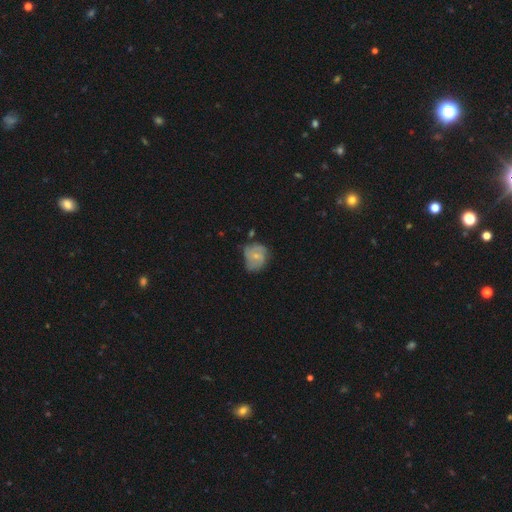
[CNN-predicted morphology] Smooth or featured?
  - featured or disk: 52% *
  - smooth: 41%
  - star or artifact: 7%
Edge-on disk?
  - no: 98% *
  - yes: 2%
Bar?
  - no: 63% *
  - weak: 32%
  - strong: 5%
Spiral arms?
  - yes: 77% *
  - no: 23%
Bulge size?
  - small: 64% *
  - moderate: 29%
  - none: 5%
  - large: 1%
  - dominant: 1%
Merging?
  - none: 47% *
  - minor disturbance: 34%
  - major disturbance: 14%
  - merger: 4%